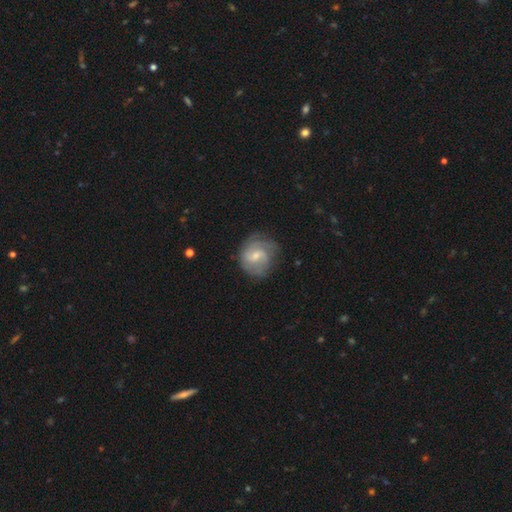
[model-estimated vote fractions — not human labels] This is likely a featured or disk galaxy (71%). It is clearly not viewed edge-on (98%). Bar: possibly weak (58%). Spiral arm pattern: clearly yes (92%). Spiral arm count: possibly 2 (50%). Spiral winding: marginally medium (43%). Central bulge: possibly moderate (45%, tied with small). Merging: likely none (66%).